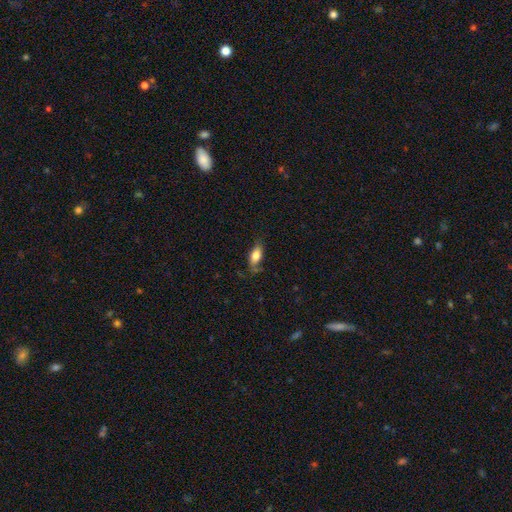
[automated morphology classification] Smooth or featured? Predicted: smooth (p=0.77). How rounded? Predicted: in between (p=0.82). Merging? Predicted: none (p=0.66).